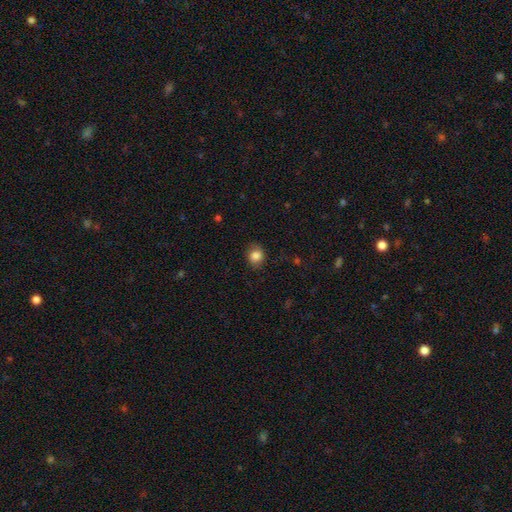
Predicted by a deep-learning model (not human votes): A smooth galaxy with no disk features (85%) that is round (66%). Merging: none (82%).